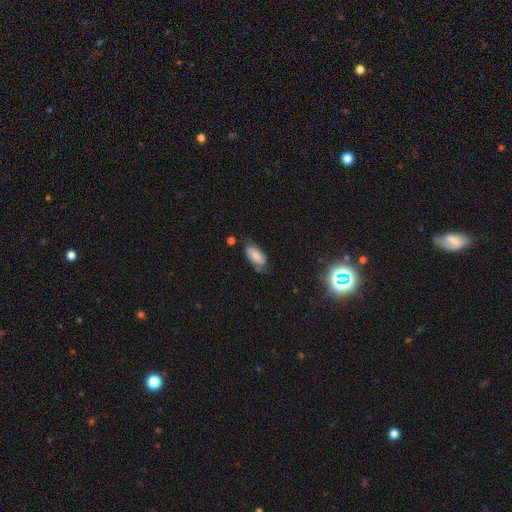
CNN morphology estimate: A smooth galaxy with no disk features (69%) that is in between round and cigar-shaped (91%). Merging: none (61%).